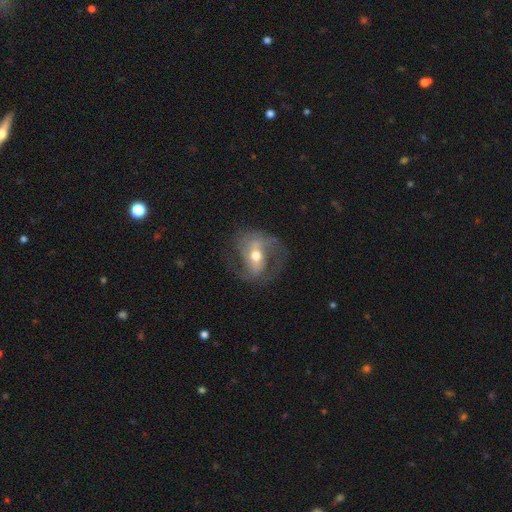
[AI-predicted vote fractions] A featured or disk galaxy (75%) with a weak bar (37%, tied with strong), 2 (76%) medium (48%) spiral arms (83%) and a moderate central bulge (72%). Merging: none (59%).